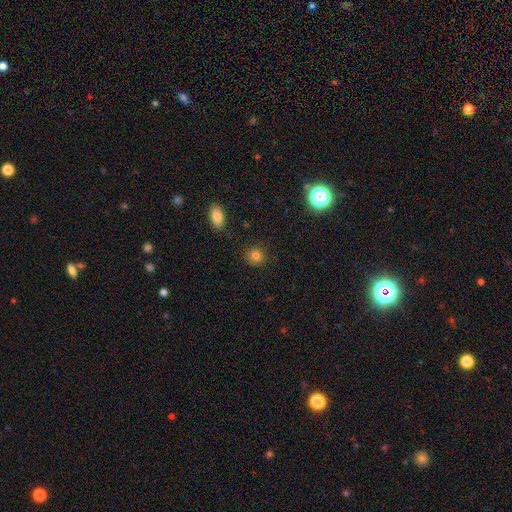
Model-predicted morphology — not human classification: Q: Smooth or featured?
A: smooth (82%); runner-up: star or artifact (13%)
Q: How rounded?
A: round (88%); runner-up: in between (11%)
Q: Merging?
A: none (89%); runner-up: minor disturbance (7%)